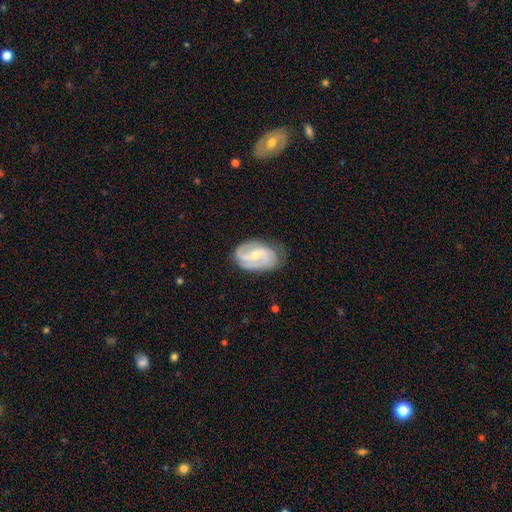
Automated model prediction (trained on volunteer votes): smooth-or-featured: featured or disk: 82% | smooth: 13% | star or artifact: 5%
  disk-edge-on: no: 97% | yes: 3%
    bar: weak: 47% | no: 34% | strong: 19%
    has-spiral-arms: yes: 94% | no: 6%
      spiral-winding: medium: 46% | tight: 32% | loose: 22%
      spiral-arm-count: 2: 66% | 3: 13% | can't tell: 13% | 1: 4% | 4: 2% | more than 4: 2%
    bulge-size: small: 54% | moderate: 42% | none: 1% | large: 1% | dominant: 1%
  merging: none: 68% | minor disturbance: 23% | major disturbance: 7% | merger: 1%